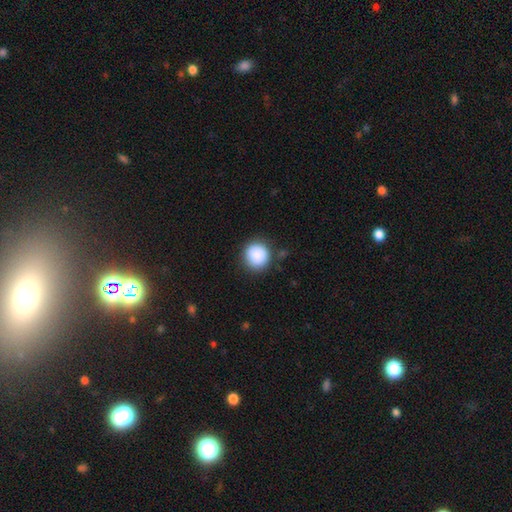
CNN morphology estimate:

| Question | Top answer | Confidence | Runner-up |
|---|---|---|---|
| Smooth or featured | smooth | 88% | star or artifact (7%) |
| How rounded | round | 91% | in between (8%) |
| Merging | none | 84% | minor disturbance (11%) |